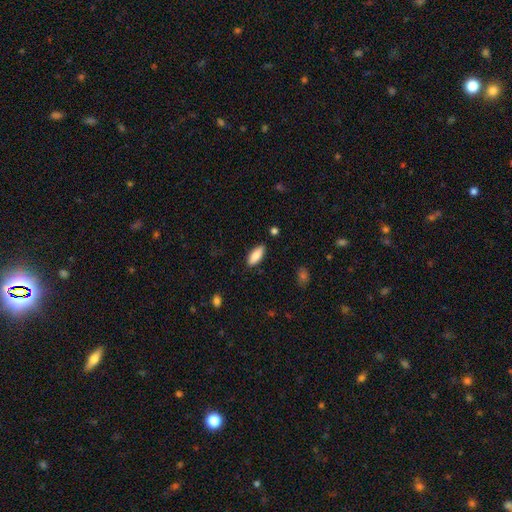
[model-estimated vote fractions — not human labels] smooth 87%, featured or disk 7%, star or artifact 6%. Down the decision tree: how rounded — in between (80%); merging — none (86%).